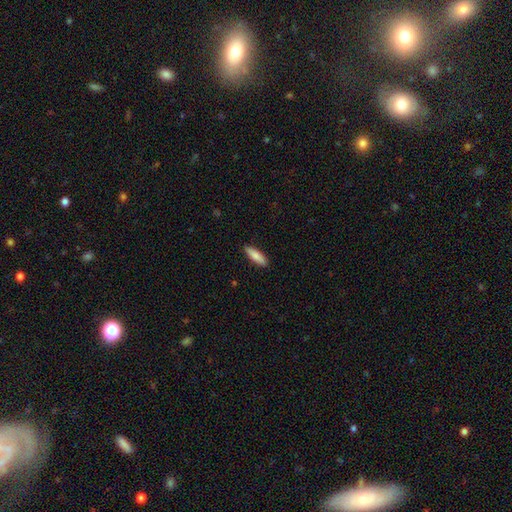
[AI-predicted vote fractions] Morphology: type=smooth (83%); roundness=cigar-shaped (56%); merging=none (89%).